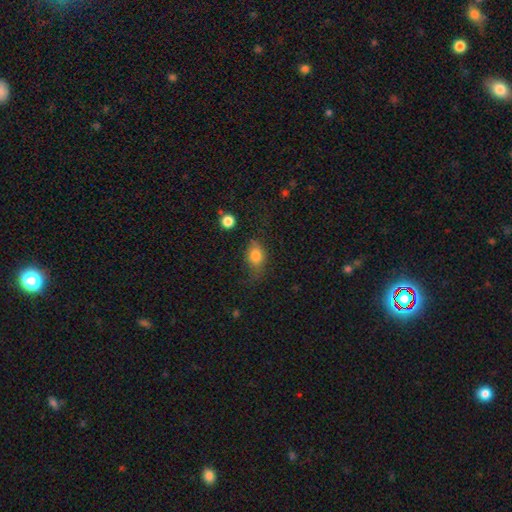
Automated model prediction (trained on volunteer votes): Smooth or featured? smooth (78%)
How rounded? in between (70%)
Merging? none (55%)